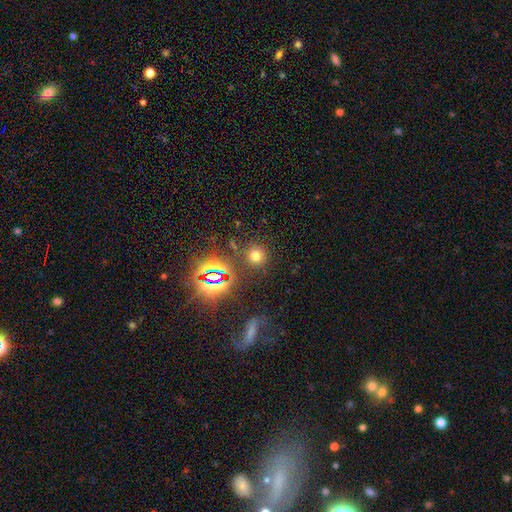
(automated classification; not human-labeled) Q: Smooth or featured?
A: smooth (65%); runner-up: star or artifact (27%)
Q: How rounded?
A: round (92%); runner-up: in between (7%)
Q: Merging?
A: none (85%); runner-up: minor disturbance (7%)